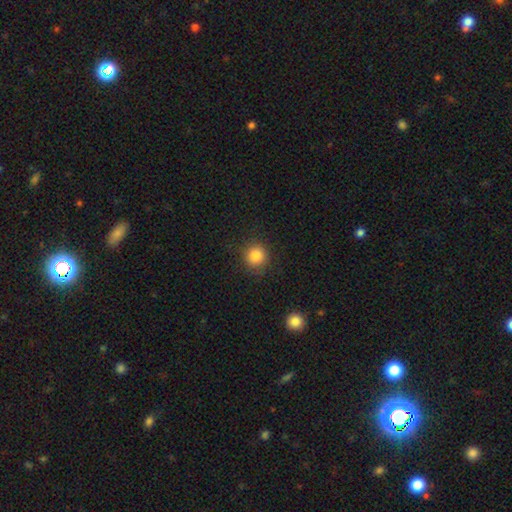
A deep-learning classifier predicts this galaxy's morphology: A smooth galaxy with no disk features (85%) that is round (91%). Merging: none (88%).